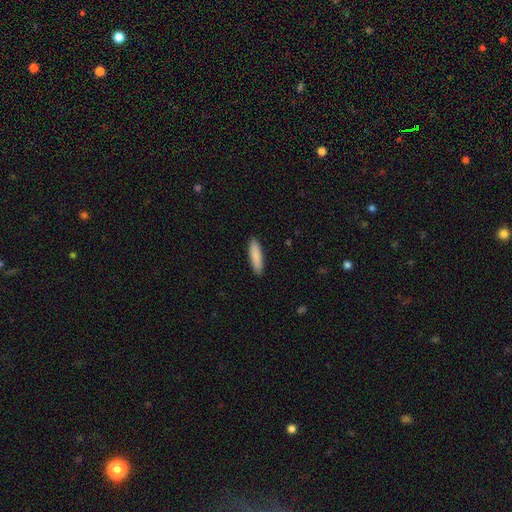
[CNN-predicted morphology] Smooth or featured: smooth — 88% (featured or disk — 6%)
How rounded: cigar-shaped — 68% (in between — 31%)
Merging: none — 91% (minor disturbance — 7%)